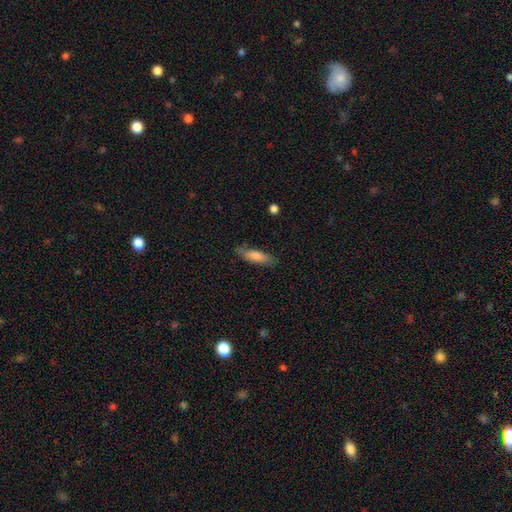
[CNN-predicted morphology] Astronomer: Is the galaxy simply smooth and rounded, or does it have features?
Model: smooth — 78%.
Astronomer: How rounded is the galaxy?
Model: cigar-shaped — 58% (runner-up: in between, 40%).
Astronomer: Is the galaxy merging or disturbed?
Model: none — 81%.